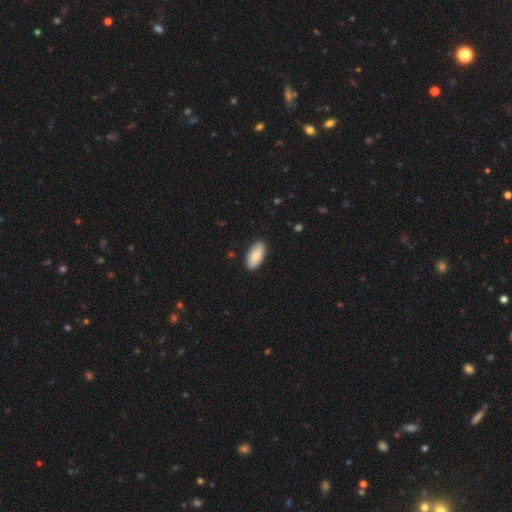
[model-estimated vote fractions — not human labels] Smooth or featured? Predicted: smooth (p=0.84). How rounded? Predicted: in between (p=0.92). Merging? Predicted: none (p=0.88).